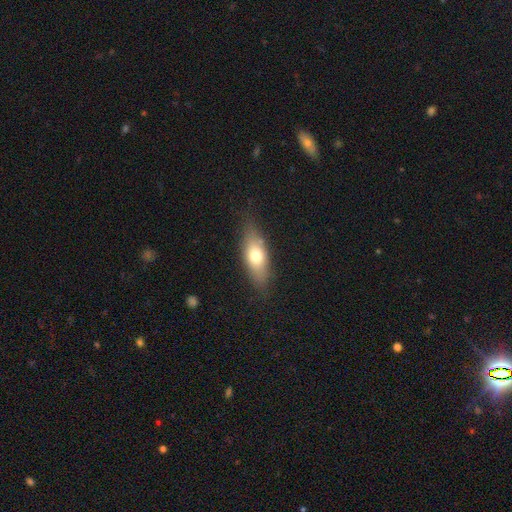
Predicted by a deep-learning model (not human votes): Overall: smooth (68%). How rounded: in between (71%). Merging: none (80%).